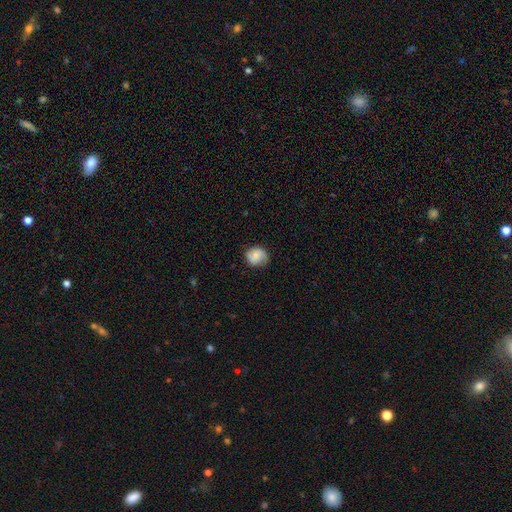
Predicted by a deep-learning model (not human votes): This appears to be a smooth galaxy with no disk features (62%) that is round (76%). Merging: none (70%).